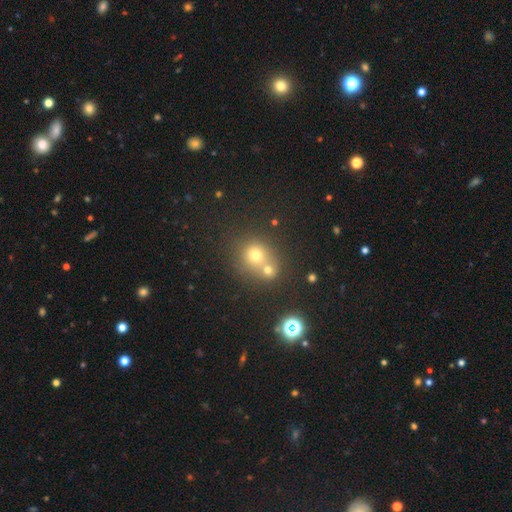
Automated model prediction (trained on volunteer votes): Q: Smooth or featured?
A: smooth (64%); runner-up: star or artifact (23%)
Q: How rounded?
A: round (83%); runner-up: in between (16%)
Q: Merging?
A: none (50%); runner-up: merger (39%)